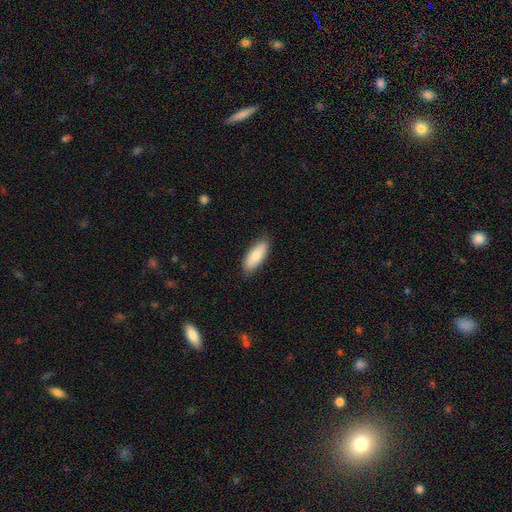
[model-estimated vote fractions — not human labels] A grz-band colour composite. It shows a smooth galaxy with no disk features (79%) that is in between round and cigar-shaped (74%). Merging: none (86%).